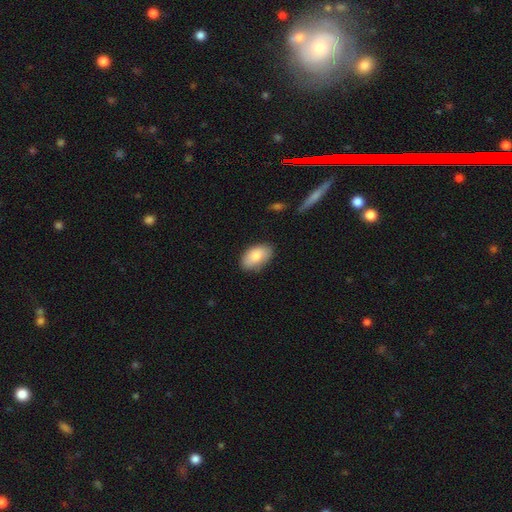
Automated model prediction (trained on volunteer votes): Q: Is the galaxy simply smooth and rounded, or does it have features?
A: smooth — 82%.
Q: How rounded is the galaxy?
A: in between — 93%.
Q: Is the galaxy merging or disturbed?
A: none — 79%.